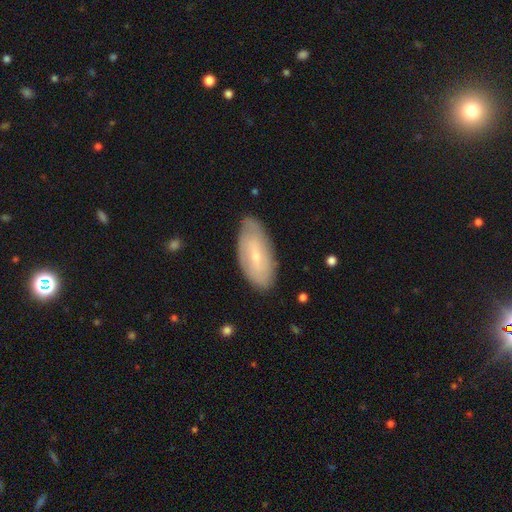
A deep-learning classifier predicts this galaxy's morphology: This appears to be a featured or disk galaxy (47%). Merging: none (79%).